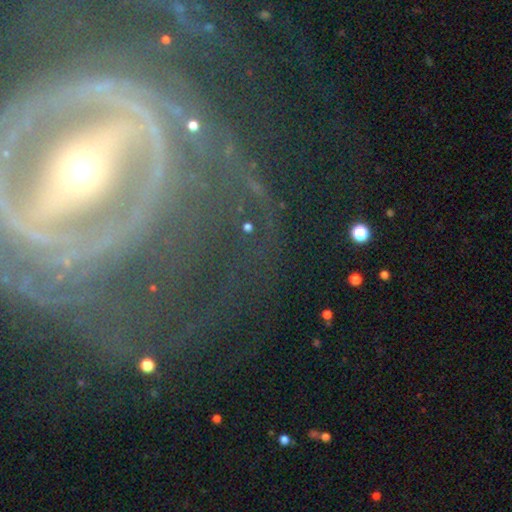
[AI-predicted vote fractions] This appears to be a featured or disk galaxy (86%) with a strong bar (69%), 2 (34%) tight (60%) spiral arms (83%) and a small central bulge (55%). Merging: none (67%).